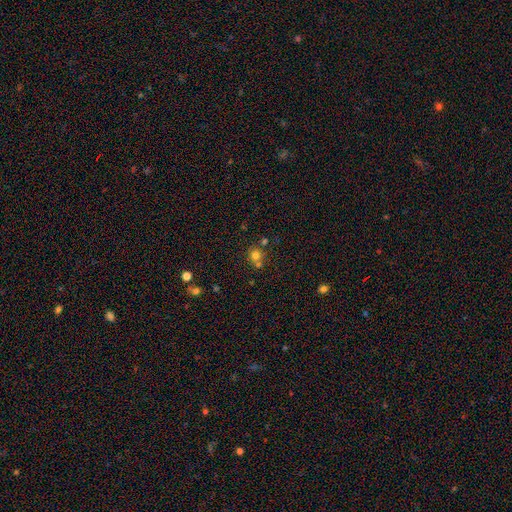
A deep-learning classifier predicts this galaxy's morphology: Smooth or featured: smooth — 73% (star or artifact — 18%)
How rounded: round — 88% (in between — 11%)
Merging: none — 58% (merger — 31%)